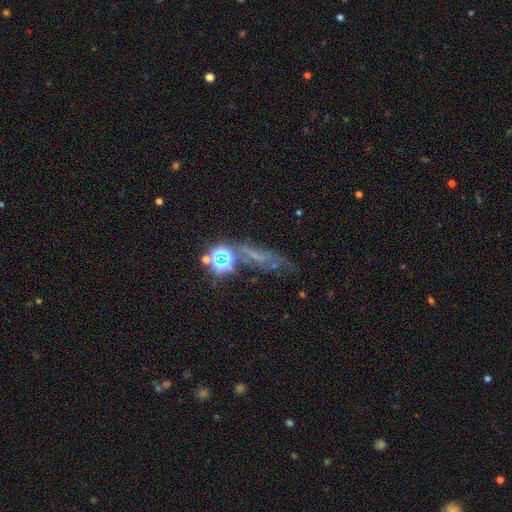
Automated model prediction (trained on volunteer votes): Smooth or featured? Predicted: star or artifact (p=0.46).